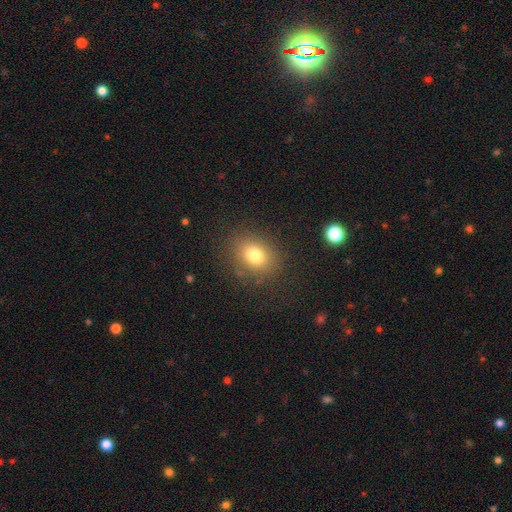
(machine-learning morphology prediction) Smooth or featured?
  - smooth: 76% *
  - star or artifact: 14%
  - featured or disk: 10%
How rounded?
  - in between: 53% *
  - round: 46%
  - cigar-shaped: 1%
Merging?
  - none: 85% *
  - minor disturbance: 10%
  - major disturbance: 4%
  - merger: 2%